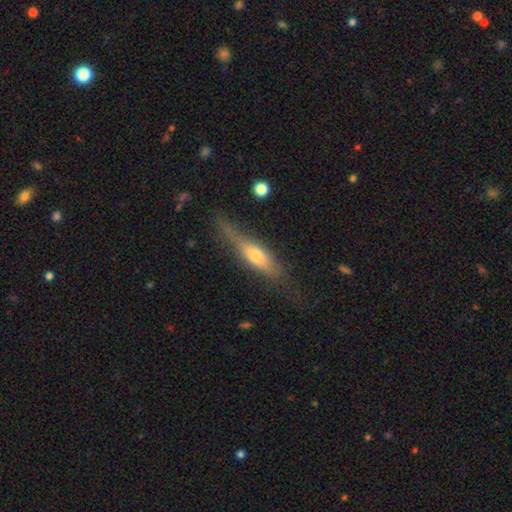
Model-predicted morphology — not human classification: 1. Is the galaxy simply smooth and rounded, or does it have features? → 48% featured or disk, 45% smooth, 7% star or artifact.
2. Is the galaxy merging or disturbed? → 61% none, 25% minor disturbance, 11% major disturbance, 3% merger.